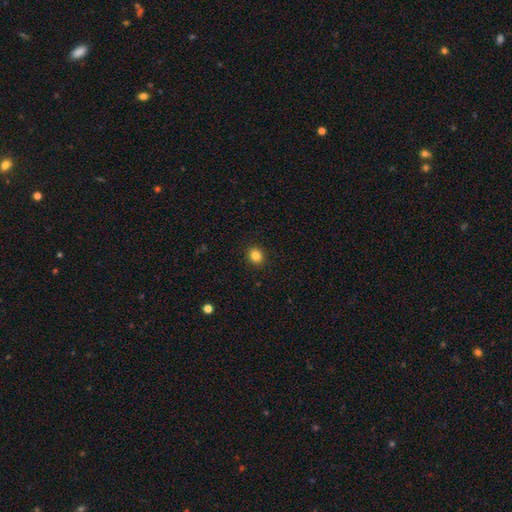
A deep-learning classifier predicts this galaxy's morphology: Smooth or featured? smooth (85%)
How rounded? round (68%)
Merging? none (91%)